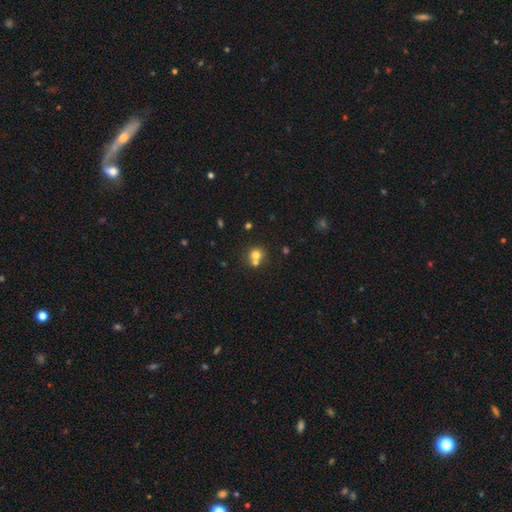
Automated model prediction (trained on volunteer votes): A smooth galaxy with no disk features (73%) that is round (86%). Merging: none (47%).